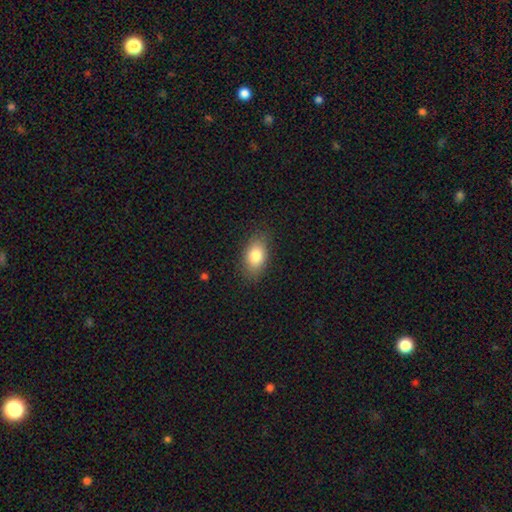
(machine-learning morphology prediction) A smooth galaxy with no disk features (83%) that is in between round and cigar-shaped (88%). Merging: none (84%).